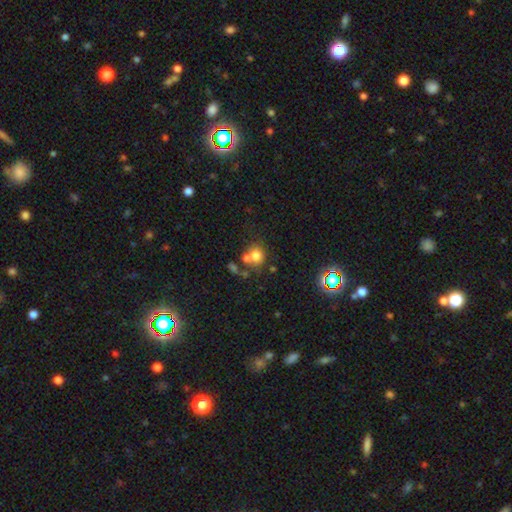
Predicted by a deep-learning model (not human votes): The model was most divided on "merging": none: 48%, merger: 35%, minor disturbance: 11%, major disturbance: 6%. More confident: how rounded — round (76%); smooth or featured — smooth (73%).